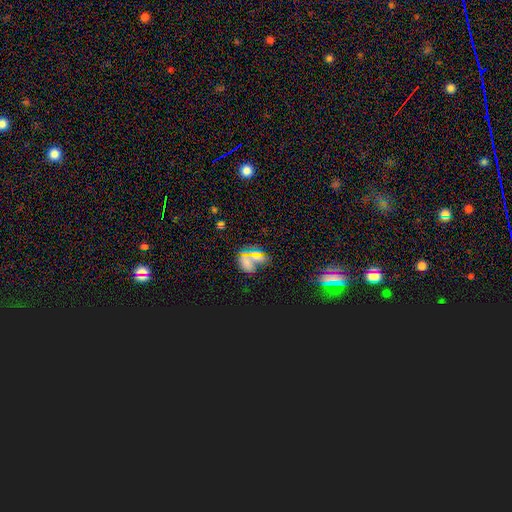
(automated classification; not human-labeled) smooth-or-featured: star or artifact: 51% | smooth: 38% | featured or disk: 11%